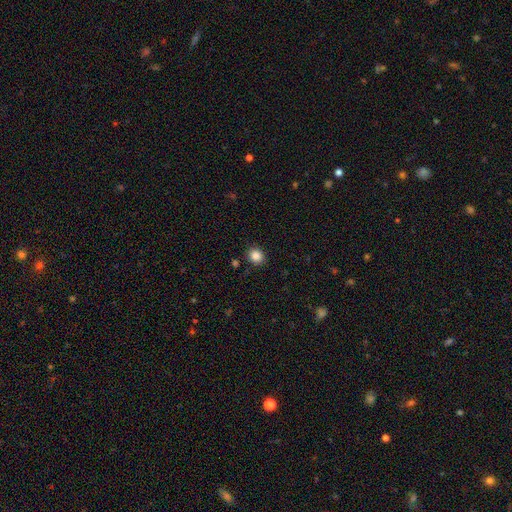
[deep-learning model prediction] This is clearly a smooth galaxy (86%). How rounded: likely round (75%). Merging: clearly none (88%).